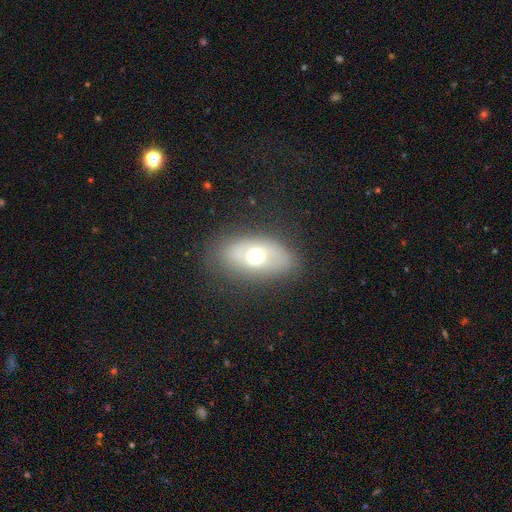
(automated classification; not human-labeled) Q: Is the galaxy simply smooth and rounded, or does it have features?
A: smooth — 53%.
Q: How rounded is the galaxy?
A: in between — 80%.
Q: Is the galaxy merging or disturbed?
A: none — 76%.